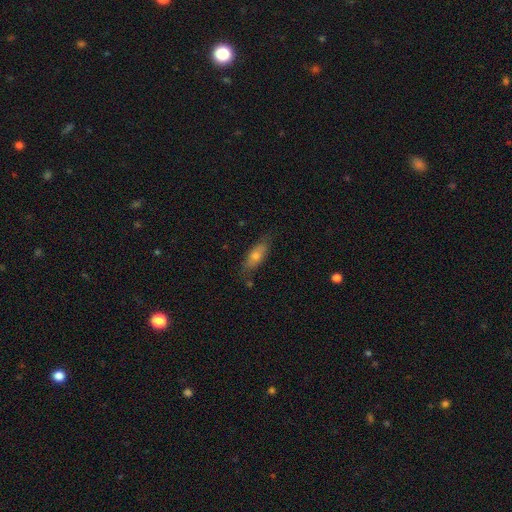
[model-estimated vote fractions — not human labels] The model was most divided on "how rounded": in between: 59%, cigar-shaped: 37%, round: 3%. More confident: merging — none (77%); smooth or featured — smooth (60%).